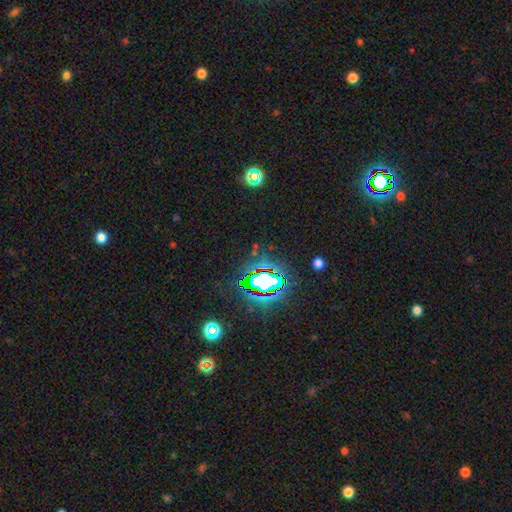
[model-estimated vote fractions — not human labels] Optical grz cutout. It shows a star or artifact, not a galaxy (78%).